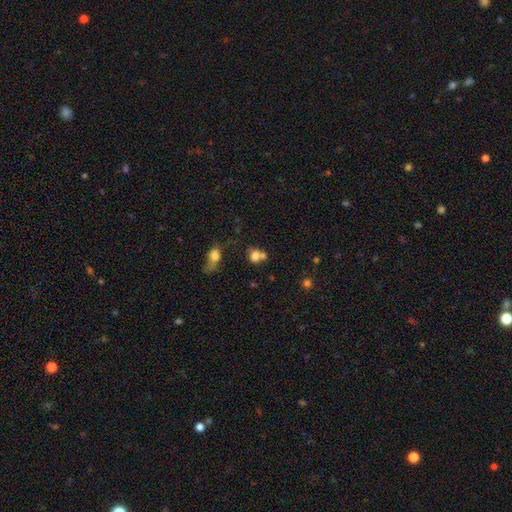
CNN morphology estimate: This appears to be a smooth galaxy with no disk features (73%) that is round (66%). Merging: merger (46%).